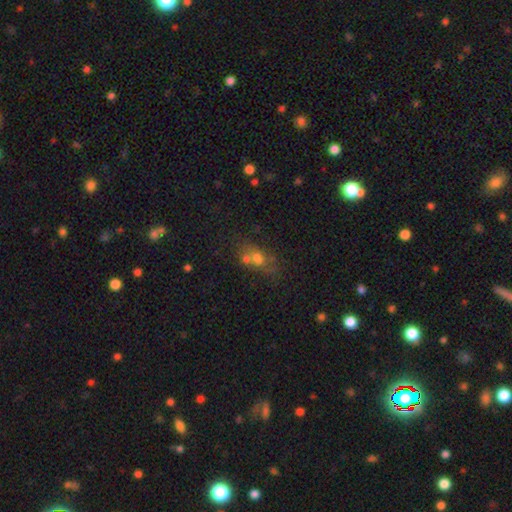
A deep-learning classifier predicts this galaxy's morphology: Smooth or featured? smooth (53%)
How rounded? round (49%)
Merging? none (49%)